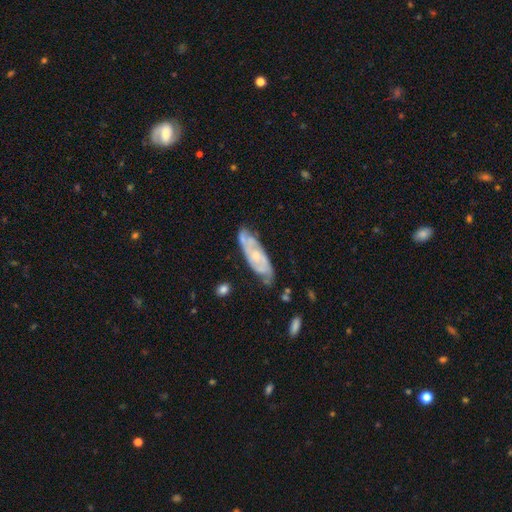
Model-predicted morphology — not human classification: smooth-or-featured: featured or disk: 73% | smooth: 21% | star or artifact: 6%
  disk-edge-on: no: 82% | yes: 18%
    bar: no: 71% | weak: 24% | strong: 5%
    has-spiral-arms: yes: 85% | no: 15%
      spiral-winding: tight: 54% | medium: 36% | loose: 11%
      spiral-arm-count: 2: 41% | can't tell: 40% | 3: 10% | 4: 4% | 1: 3% | more than 4: 2%
    bulge-size: small: 63% | moderate: 31% | none: 3% | large: 1% | dominant: 1%
  merging: none: 68% | minor disturbance: 23% | major disturbance: 6% | merger: 3%